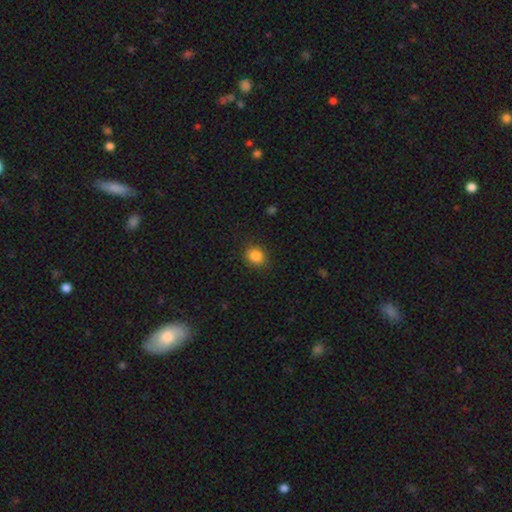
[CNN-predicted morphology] The model was most divided on "how rounded": round: 62%, in between: 37%, cigar-shaped: 1%. More confident: merging — none (87%); smooth or featured — smooth (85%).